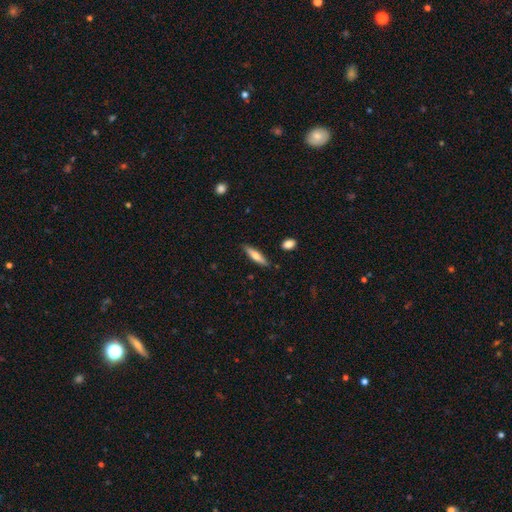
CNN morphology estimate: A smooth galaxy with no disk features (59%) that is cigar-shaped (77%). Merging: none (86%).